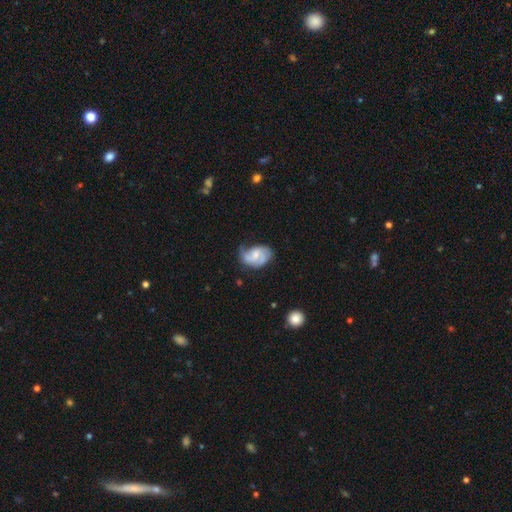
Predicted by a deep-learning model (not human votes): smooth_or_featured: featured or disk (p=0.74) [alt: smooth p=0.20]
disk_edge_on: no (p=0.98) [alt: yes p=0.02]
bar: no (p=0.50) [alt: weak p=0.42]
has_spiral_arms: yes (p=0.92) [alt: no p=0.08]
spiral_winding: medium (p=0.46) [alt: tight p=0.29]
spiral_arm_count: 2 (p=0.62) [alt: 1 p=0.14]
bulge_size: small (p=0.42) [tied with: moderate p=0.42]
merging: none (p=0.47) [alt: minor disturbance p=0.31]